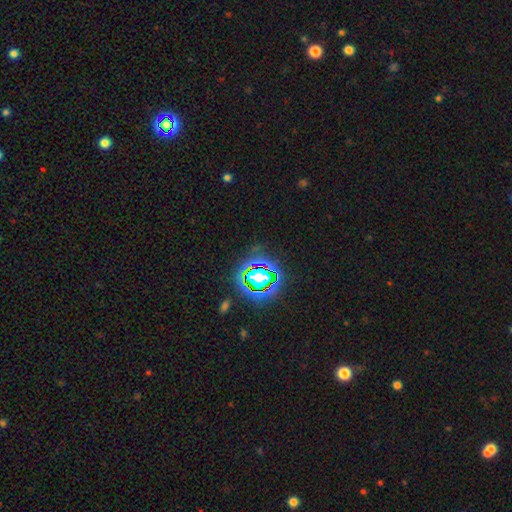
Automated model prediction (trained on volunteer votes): Morphology: type=star or artifact (78%).